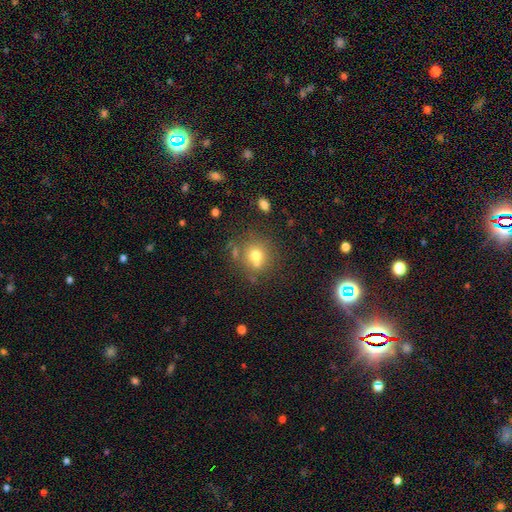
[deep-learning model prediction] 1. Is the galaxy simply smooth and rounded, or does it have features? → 70% smooth, 15% star or artifact, 15% featured or disk.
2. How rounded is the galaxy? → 86% round, 13% in between, 1% cigar-shaped.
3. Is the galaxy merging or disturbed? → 63% none, 19% merger, 13% minor disturbance, 5% major disturbance.